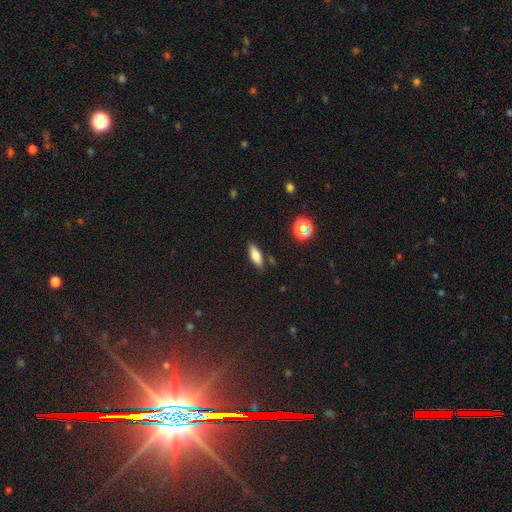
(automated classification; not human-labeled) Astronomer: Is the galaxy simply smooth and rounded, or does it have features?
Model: smooth — 72%.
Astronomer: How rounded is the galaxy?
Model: in between — 65%.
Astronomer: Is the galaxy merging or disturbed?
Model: none — 84%.